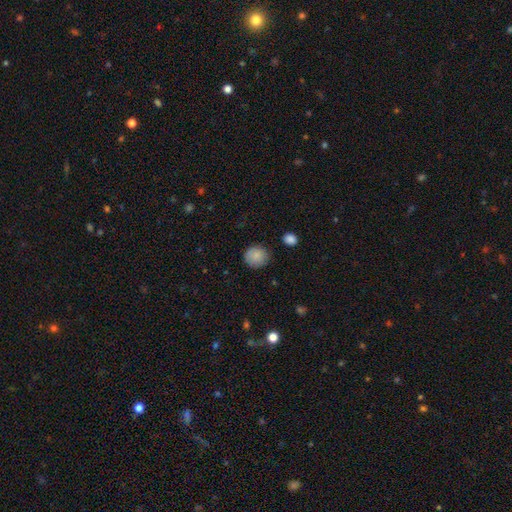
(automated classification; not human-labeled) This appears to be a smooth galaxy with no disk features (86%) that is round (88%). Merging: none (85%).